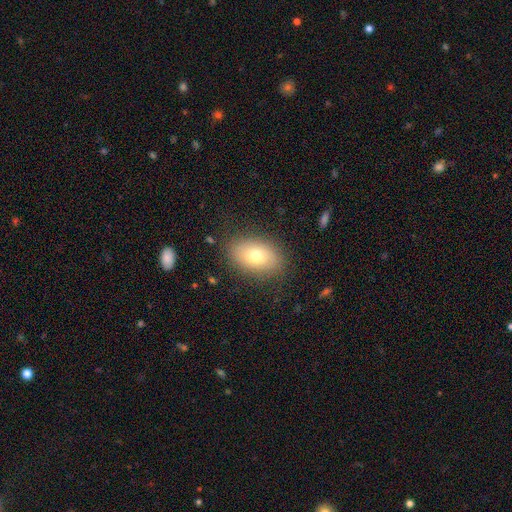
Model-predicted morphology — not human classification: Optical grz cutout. It shows a smooth galaxy with no disk features (74%) that is in between round and cigar-shaped (87%). Merging: none (84%).